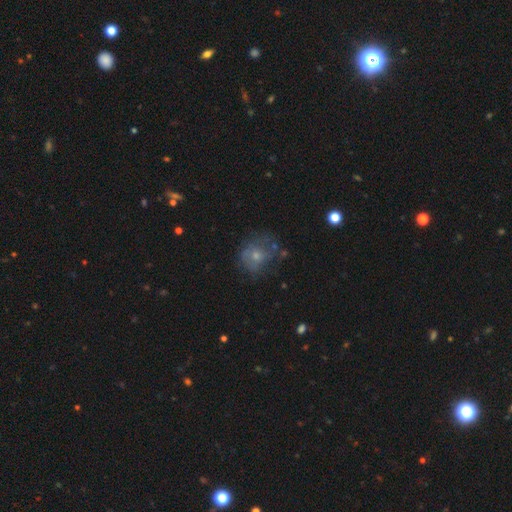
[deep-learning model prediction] This is possibly a smooth galaxy (53%). How rounded: likely round (66%). Merging: marginally none (45%).